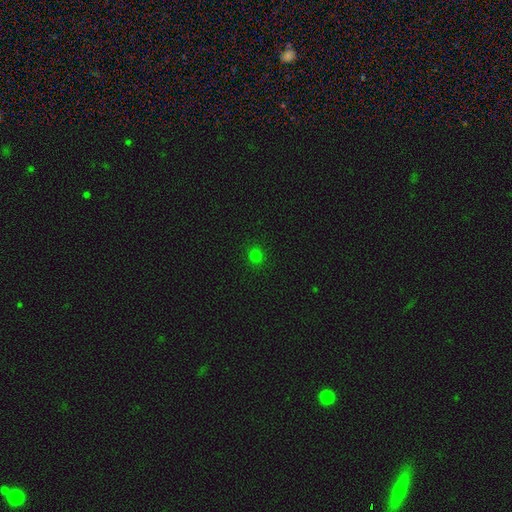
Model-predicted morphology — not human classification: Overall: smooth (77%). How rounded: round (88%). Merging: none (91%).